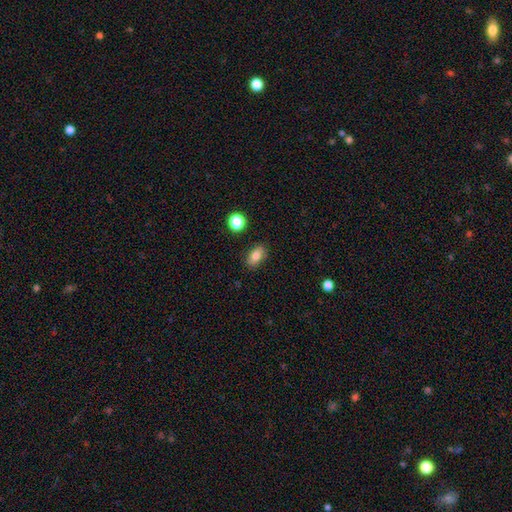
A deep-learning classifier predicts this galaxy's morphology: smooth-or-featured: smooth: 79% | featured or disk: 11% | star or artifact: 9%
  how-rounded: in between: 85% | round: 10% | cigar-shaped: 5%
  merging: none: 86% | minor disturbance: 10% | major disturbance: 2% | merger: 2%